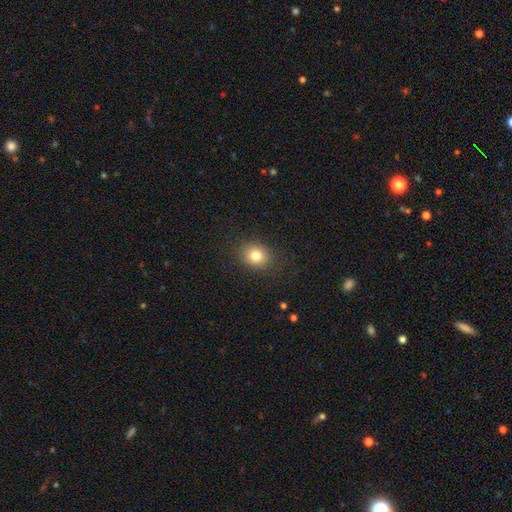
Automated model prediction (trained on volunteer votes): Smooth or featured? smooth (80%)
How rounded? round (65%)
Merging? none (87%)